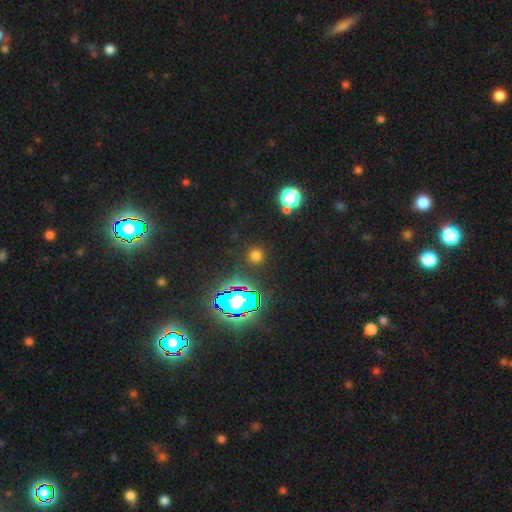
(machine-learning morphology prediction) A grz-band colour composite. It shows a smooth galaxy with no disk features (61%) that is round (94%). Merging: none (89%).